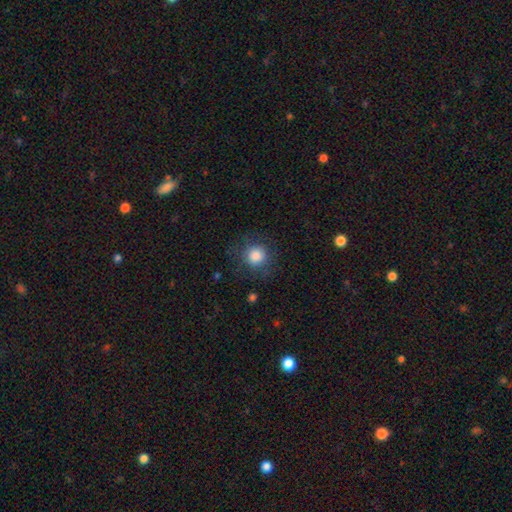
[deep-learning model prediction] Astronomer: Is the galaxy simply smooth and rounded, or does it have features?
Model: smooth — 84%.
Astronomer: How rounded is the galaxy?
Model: round — 92%.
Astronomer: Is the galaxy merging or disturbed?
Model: none — 82%.